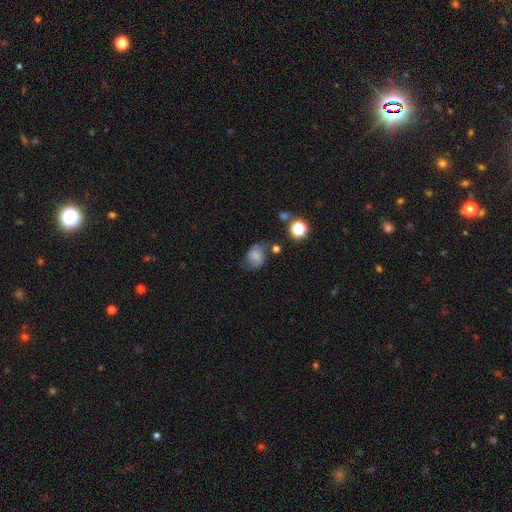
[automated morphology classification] Q: Smooth or featured?
A: smooth (62%); runner-up: featured or disk (26%)
Q: How rounded?
A: in between (51%); runner-up: round (48%)
Q: Merging?
A: none (52%); runner-up: minor disturbance (28%)